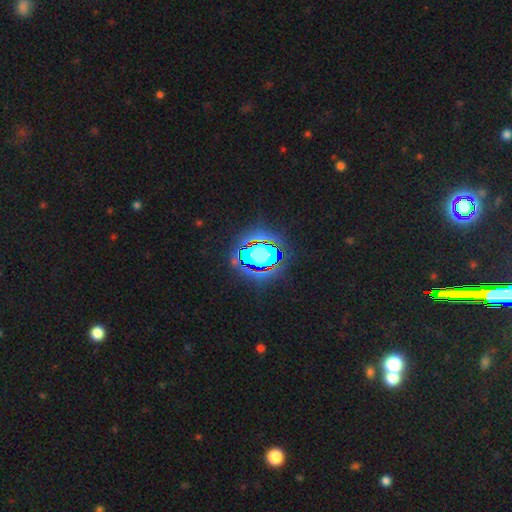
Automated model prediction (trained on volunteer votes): star or artifact 70%, smooth 17%, featured or disk 13%.